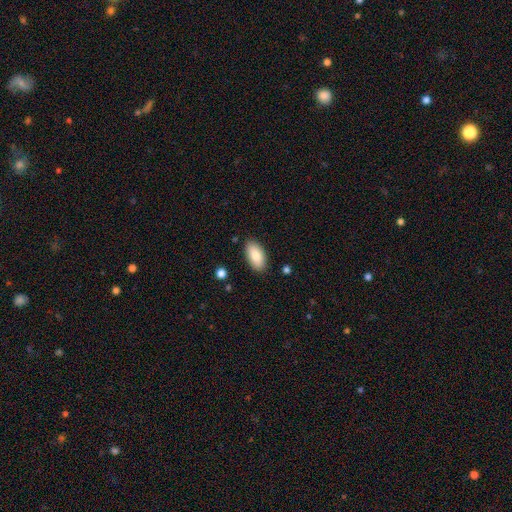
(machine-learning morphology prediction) type=smooth (85%); roundness=in between (94%); merging=none (86%).